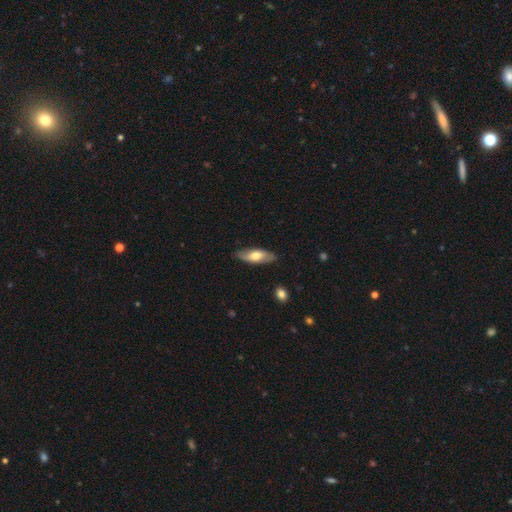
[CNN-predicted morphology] Smooth or featured: smooth — 57% (featured or disk — 37%)
How rounded: in between — 69% (cigar-shaped — 29%)
Merging: none — 80% (minor disturbance — 16%)